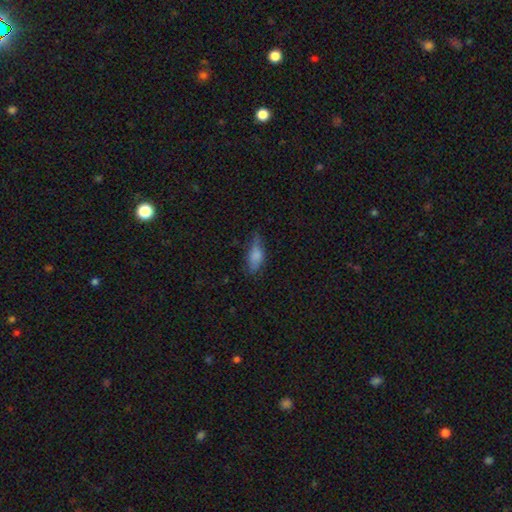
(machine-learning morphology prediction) smooth_or_featured: smooth (p=0.73) [alt: featured or disk p=0.18]
how_rounded: in between (p=0.76) [alt: cigar-shaped p=0.21]
merging: none (p=0.53) [alt: minor disturbance p=0.34]